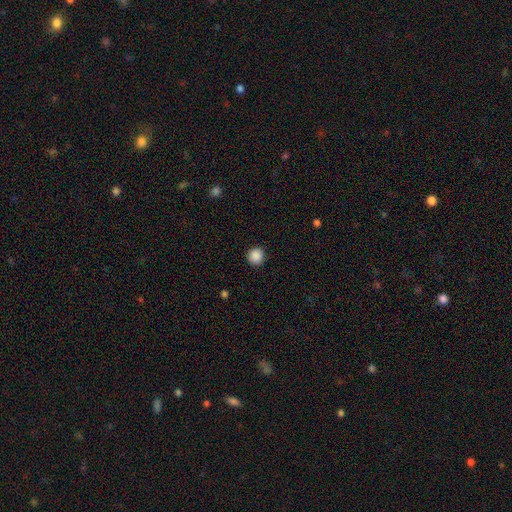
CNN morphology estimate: Q: Smooth or featured?
A: smooth (88%); runner-up: star or artifact (10%)
Q: How rounded?
A: round (94%); runner-up: in between (5%)
Q: Merging?
A: none (92%); runner-up: minor disturbance (6%)